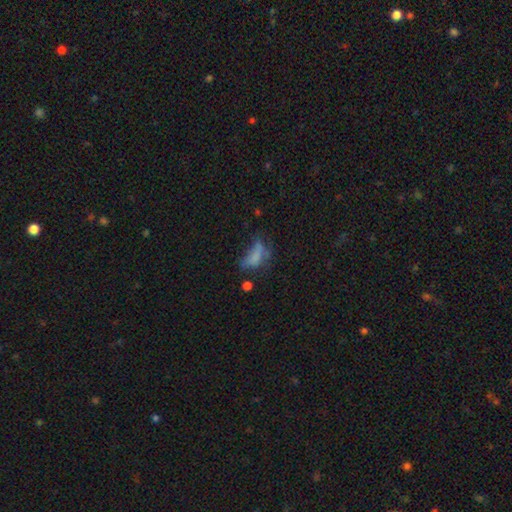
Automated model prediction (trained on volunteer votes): A smooth galaxy with no disk features (60%) that is in between round and cigar-shaped (75%).

Vote fractions:
- Smooth or featured? smooth: 60% / featured or disk: 23% / star or artifact: 17%
- How rounded? in between: 75% / cigar-shaped: 20% / round: 6%
- Merging? major disturbance: 38% / none: 29% / minor disturbance: 24% / merger: 9%